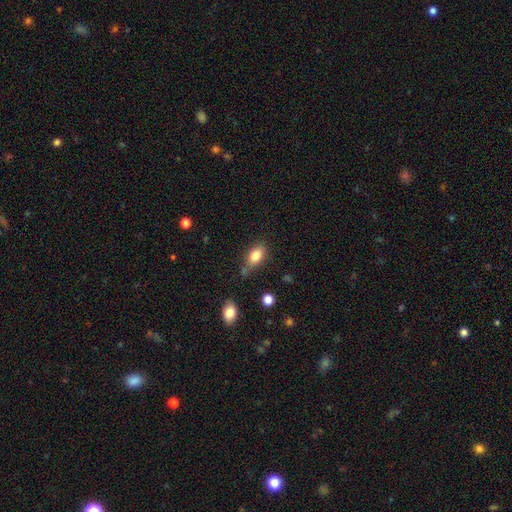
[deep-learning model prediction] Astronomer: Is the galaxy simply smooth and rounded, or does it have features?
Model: smooth — 82%.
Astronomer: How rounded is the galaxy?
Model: in between — 85%.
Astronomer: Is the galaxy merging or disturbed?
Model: none — 66%.